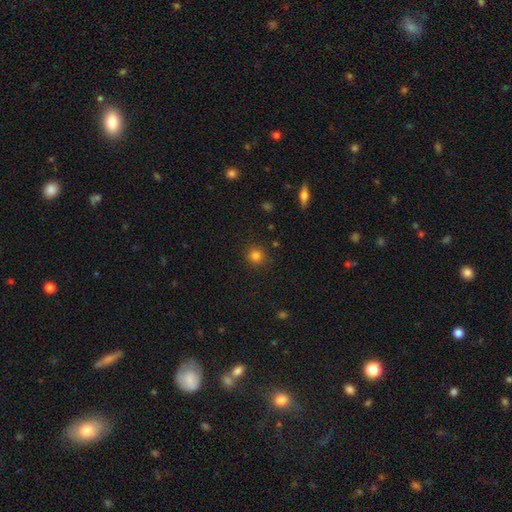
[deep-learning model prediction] This is clearly a smooth galaxy (82%). How rounded: clearly round (90%). Merging: clearly none (87%).